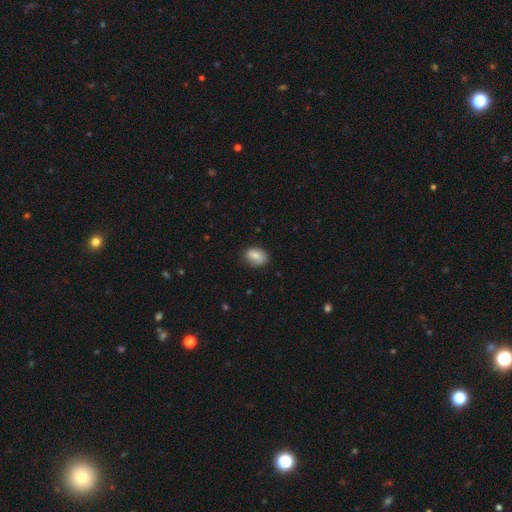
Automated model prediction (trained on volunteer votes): Q: Smooth or featured?
A: smooth (78%); runner-up: featured or disk (14%)
Q: How rounded?
A: in between (74%); runner-up: round (25%)
Q: Merging?
A: none (72%); runner-up: minor disturbance (22%)